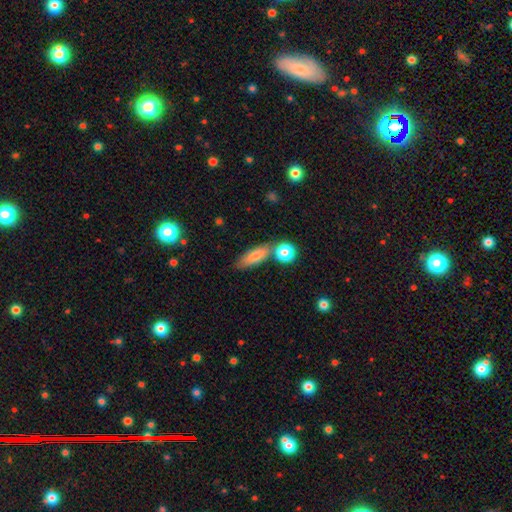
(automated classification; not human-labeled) The model was most divided on "how rounded": in between: 53%, cigar-shaped: 41%, round: 6%. More confident: smooth or featured — smooth (77%); merging — none (61%).